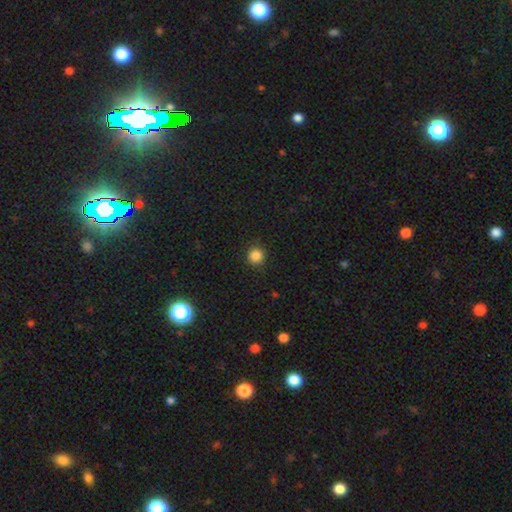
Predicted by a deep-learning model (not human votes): smooth 85%, star or artifact 12%, featured or disk 4%. Down the decision tree: how rounded — round (92%); merging — none (91%).